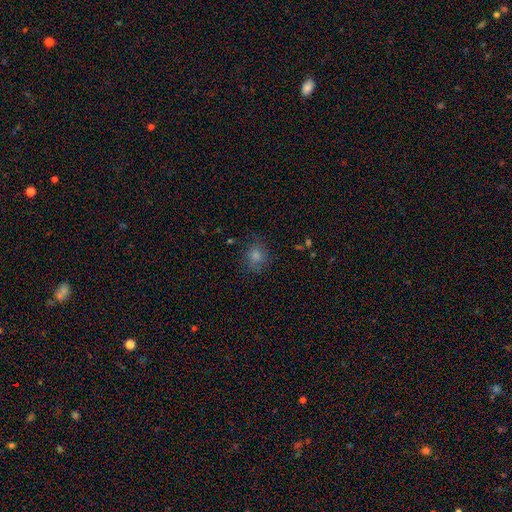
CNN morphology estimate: Smooth or featured? smooth (62%)
How rounded? round (77%)
Merging? none (79%)